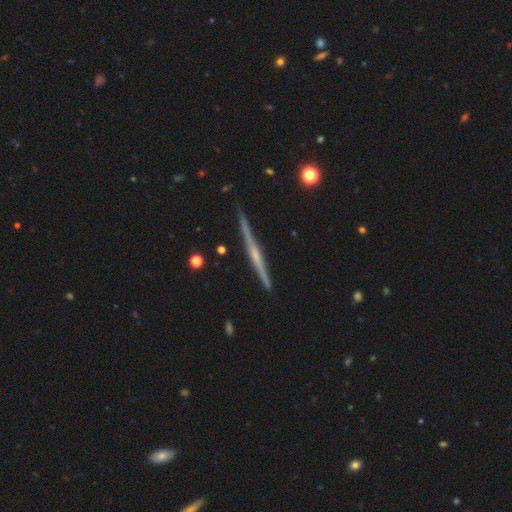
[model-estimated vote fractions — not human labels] A featured or disk galaxy (81%) viewed edge-on (98%) with a rounded central bulge (64%).

Vote fractions:
- Smooth or featured? featured or disk: 81% / smooth: 14% / star or artifact: 6%
- Edge-on disk? yes: 98% / no: 2%
- Edge-on bulge? rounded: 64% / none: 28% / boxy: 8%
- Merging? none: 89% / minor disturbance: 8% / major disturbance: 1% / merger: 1%